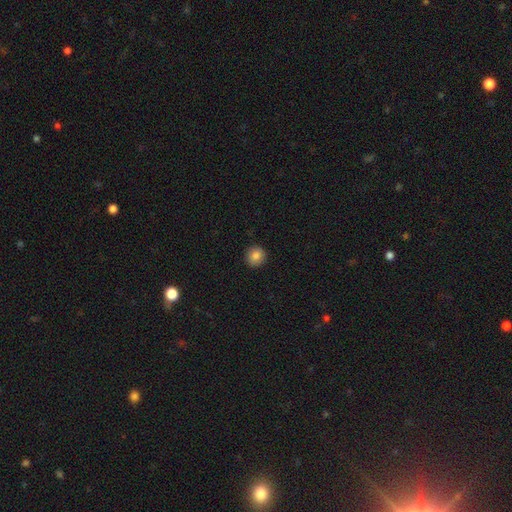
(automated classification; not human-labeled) Smooth or featured: smooth — 84% (star or artifact — 10%)
How rounded: round — 91% (in between — 8%)
Merging: none — 91% (minor disturbance — 6%)